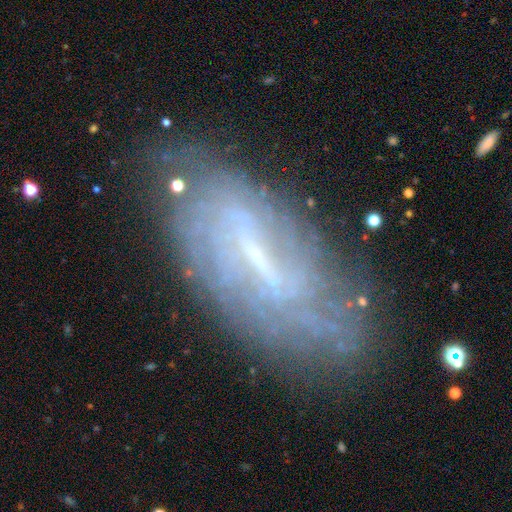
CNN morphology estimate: Smooth or featured? featured or disk (72%)
Edge-on disk? no (84%)
Bar? strong (42%)
Spiral arms? yes (73%)
Bulge size? small (59%)
Merging? none (72%)